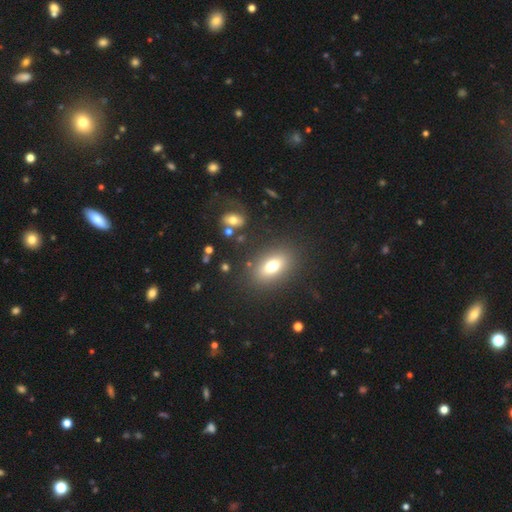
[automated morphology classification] Q: Smooth or featured?
A: smooth (63%); runner-up: star or artifact (27%)
Q: How rounded?
A: in between (70%); runner-up: round (28%)
Q: Merging?
A: none (85%); runner-up: minor disturbance (8%)